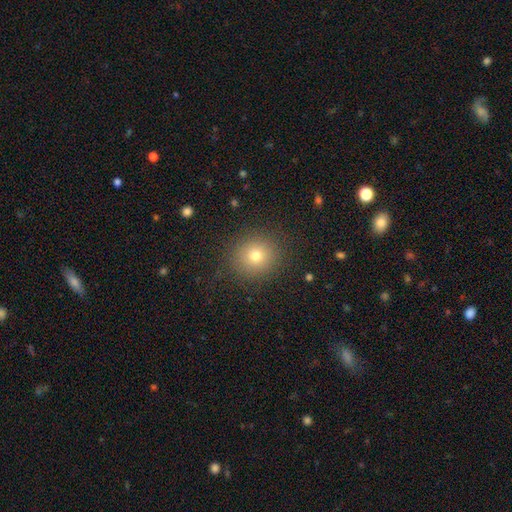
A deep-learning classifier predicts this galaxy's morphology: Overall: smooth (75%). How rounded: round (89%). Merging: none (88%).